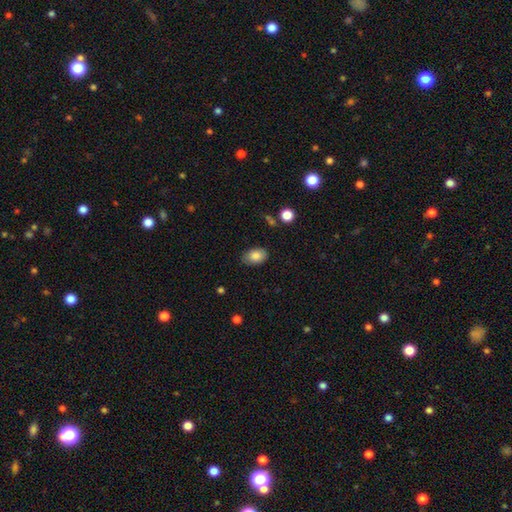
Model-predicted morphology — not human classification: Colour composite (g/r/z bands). It shows a smooth galaxy with no disk features (84%) that is in between round and cigar-shaped (88%). Merging: none (80%).